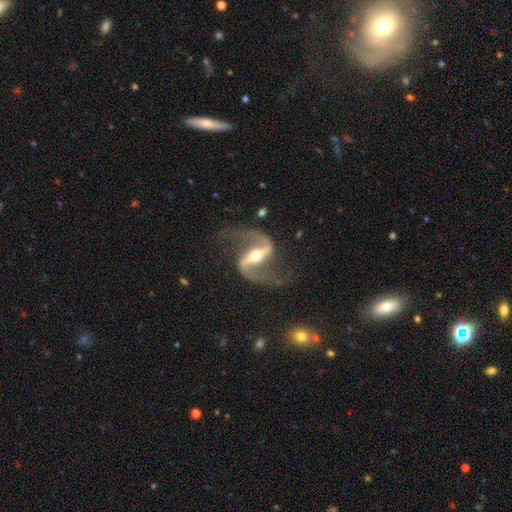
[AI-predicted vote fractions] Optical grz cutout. It shows a featured or disk galaxy (93%) with a strong bar (69%), 2 (94%) loose (60%) spiral arms (98%) and a moderate central bulge (64%). Merging: none (75%).